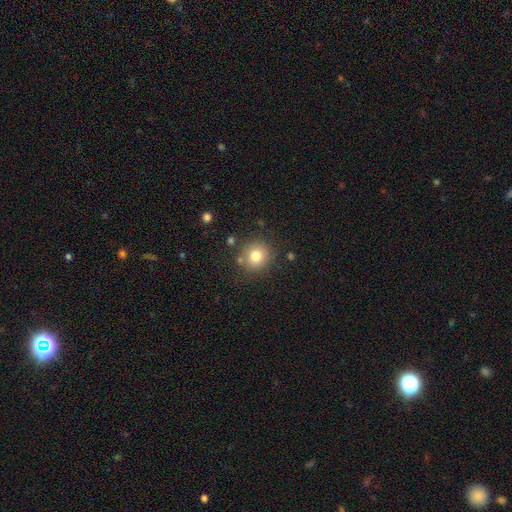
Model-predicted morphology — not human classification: Overall: smooth (80%). How rounded: round (87%). Merging: none (81%).